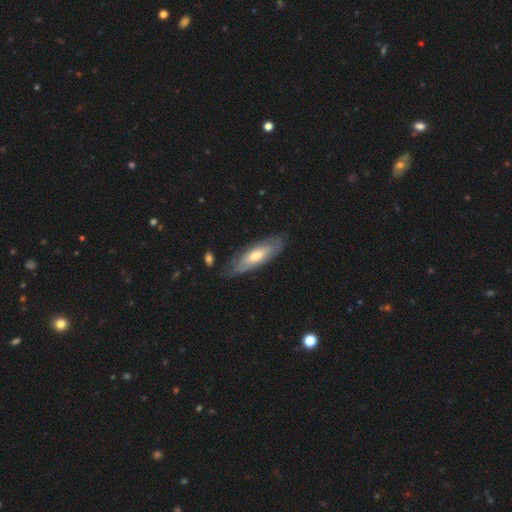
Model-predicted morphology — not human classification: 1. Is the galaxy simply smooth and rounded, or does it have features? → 49% smooth, 45% featured or disk, 6% star or artifact.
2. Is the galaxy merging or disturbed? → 75% none, 18% minor disturbance, 5% major disturbance, 2% merger.